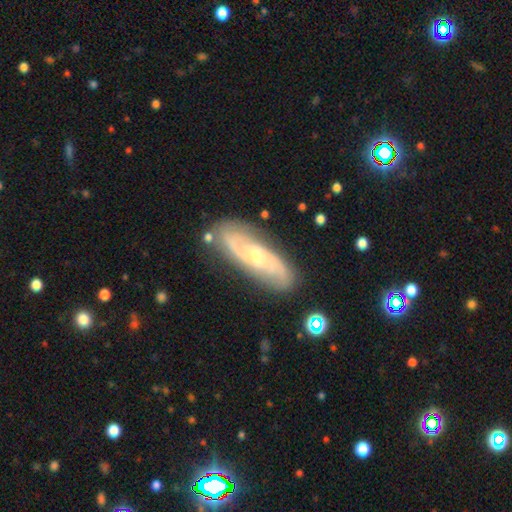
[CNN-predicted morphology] Smooth or featured? featured or disk (80%)
Edge-on disk? no (88%)
Bar? no (59%)
Spiral arms? yes (94%)
Spiral winding? medium (45%)
Spiral arm count? 2 (76%)
Bulge size? small (53%)
Merging? none (79%)